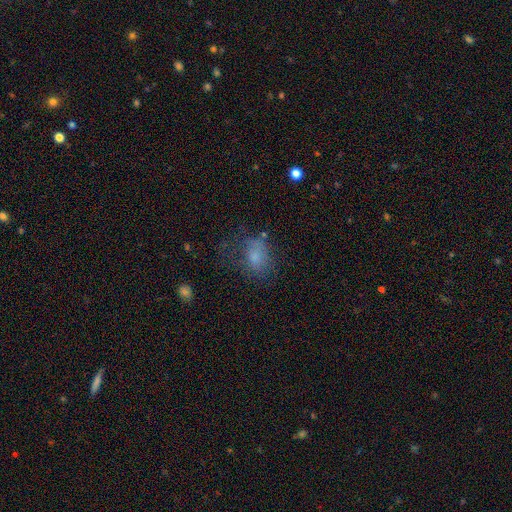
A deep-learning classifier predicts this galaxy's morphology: Smooth or featured? Predicted: smooth (p=0.71). How rounded? Predicted: in between (p=0.67). Merging? Predicted: none (p=0.42).